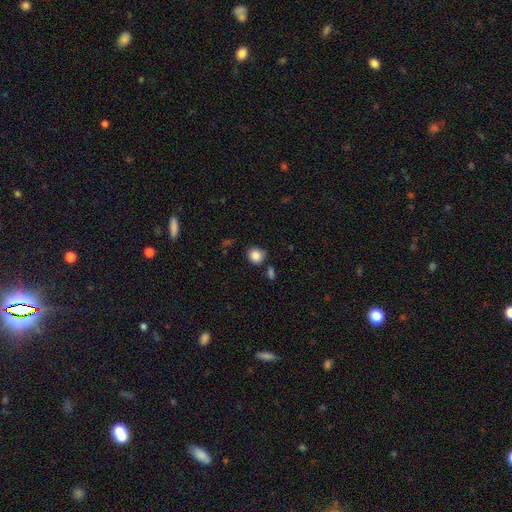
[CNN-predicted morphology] A smooth galaxy with no disk features (87%) that is round (85%).

Vote fractions:
- Smooth or featured? smooth: 87% / star or artifact: 9% / featured or disk: 4%
- How rounded? round: 85% / in between: 14% / cigar-shaped: 1%
- Merging? none: 76% / minor disturbance: 14% / merger: 6% / major disturbance: 4%